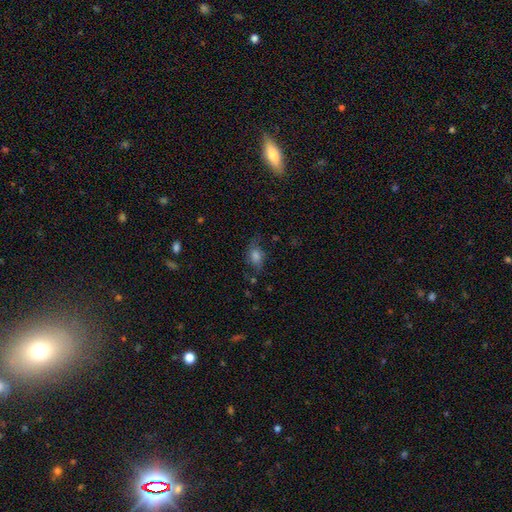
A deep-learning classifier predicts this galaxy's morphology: Q: Smooth or featured?
A: smooth (55%); runner-up: featured or disk (24%)
Q: How rounded?
A: in between (71%); runner-up: round (25%)
Q: Merging?
A: none (58%); runner-up: minor disturbance (25%)